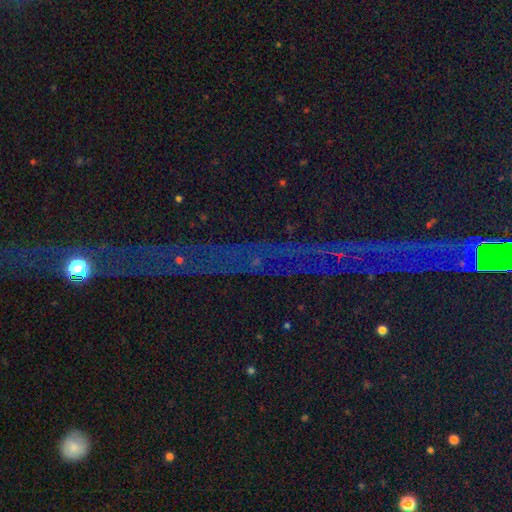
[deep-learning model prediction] star or artifact 78%, featured or disk 12%, smooth 9%.